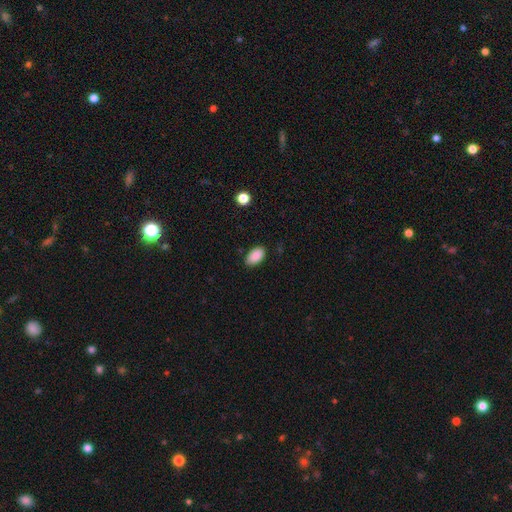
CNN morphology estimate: The model was most divided on "merging": none: 84%, minor disturbance: 12%, major disturbance: 2%, merger: 1%. More confident: how rounded — in between (93%); smooth or featured — smooth (89%).